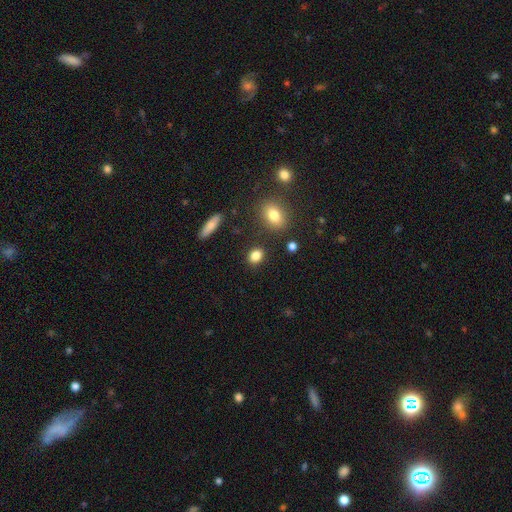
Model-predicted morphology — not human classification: smooth 84%, star or artifact 10%, featured or disk 6%. Down the decision tree: how rounded — round (49%); merging — none (84%).